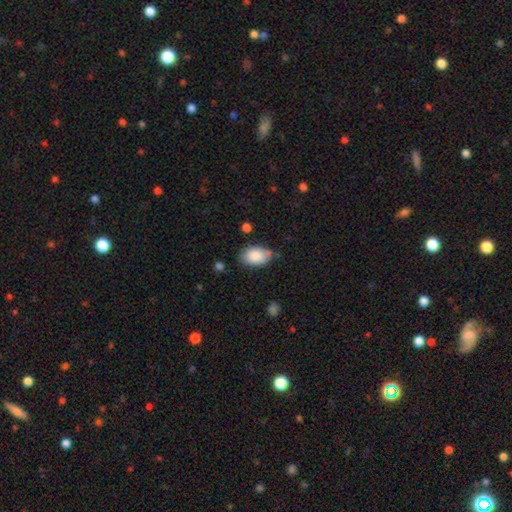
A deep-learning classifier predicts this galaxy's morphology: The model was most divided on "merging": none: 66%, minor disturbance: 24%, major disturbance: 5%, merger: 5%. More confident: smooth or featured — smooth (87%); how rounded — in between (86%).